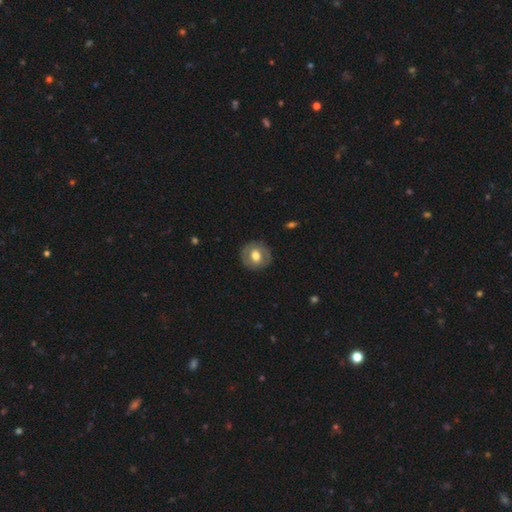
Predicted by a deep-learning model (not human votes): A smooth galaxy with no disk features (52%) that is round (88%). Merging: none (87%).